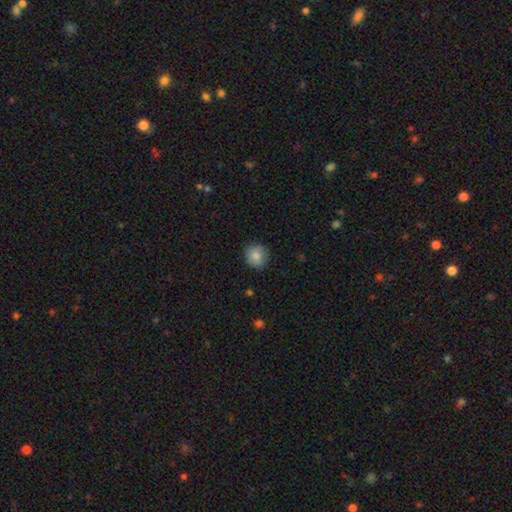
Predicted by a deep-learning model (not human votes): This is clearly a smooth galaxy (84%). How rounded: clearly round (91%). Merging: clearly none (88%).